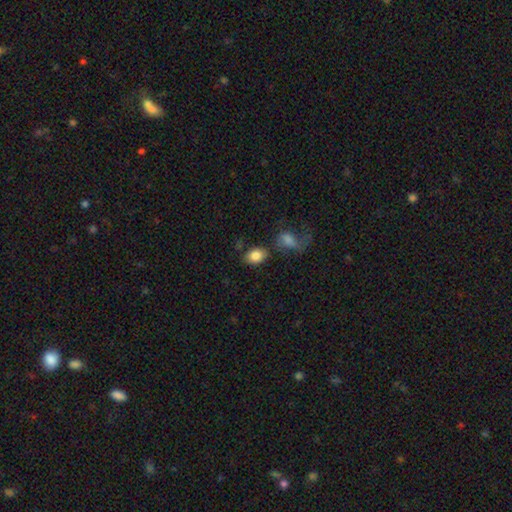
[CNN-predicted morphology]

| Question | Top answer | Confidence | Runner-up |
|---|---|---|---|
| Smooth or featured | smooth | 84% | featured or disk (8%) |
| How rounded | in between | 77% | round (22%) |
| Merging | none | 68% | minor disturbance (14%) |